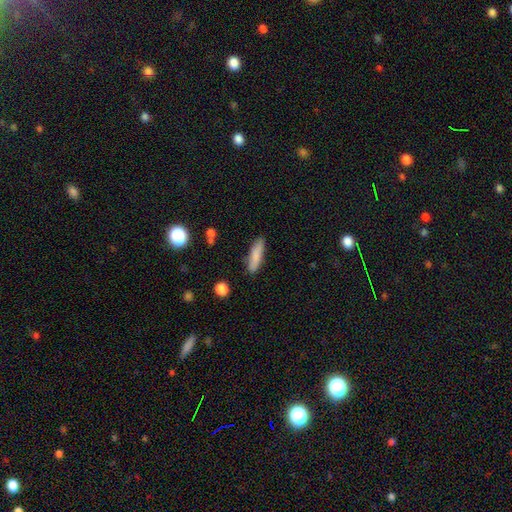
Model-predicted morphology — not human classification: type=smooth (82%); roundness=cigar-shaped (67%); merging=none (84%).